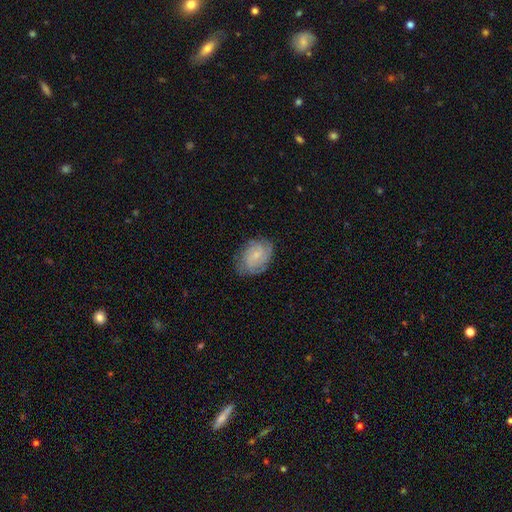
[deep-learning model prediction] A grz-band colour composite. It shows a featured or disk galaxy (64%) with no bar (67%), tight (62%) spiral arms (91%) and a small central bulge (72%). Merging: none (74%).